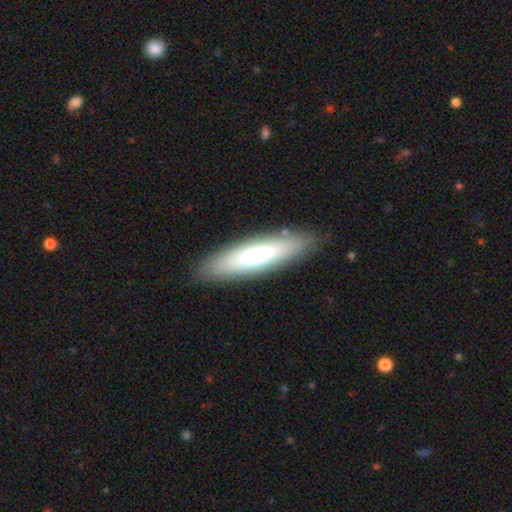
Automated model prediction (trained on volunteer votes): Morphology: type=smooth (60%); roundness=cigar-shaped (68%); merging=none (86%).